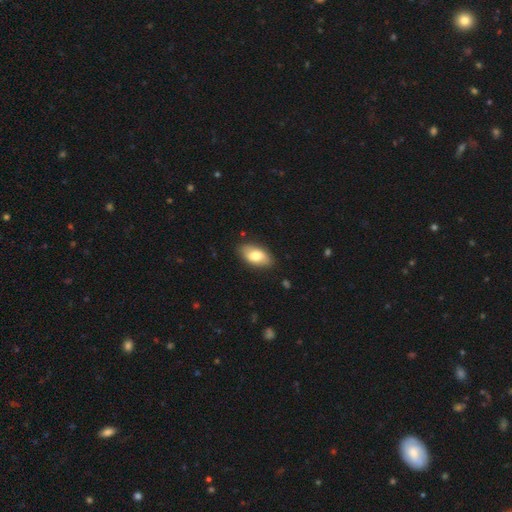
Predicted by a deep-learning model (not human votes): smooth-or-featured: smooth: 75% | featured or disk: 20% | star or artifact: 6%
  how-rounded: in between: 93% | round: 4% | cigar-shaped: 3%
  merging: none: 84% | minor disturbance: 12% | major disturbance: 2% | merger: 1%